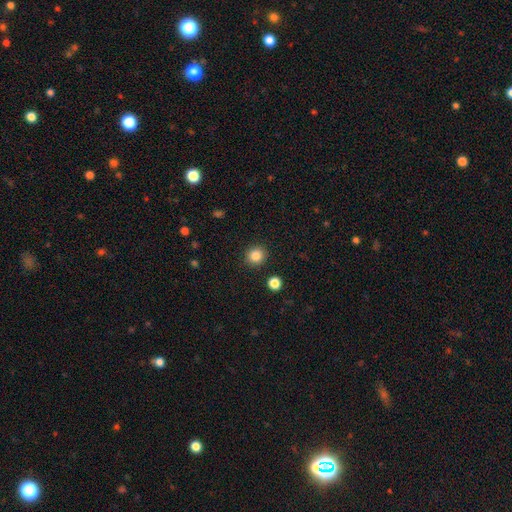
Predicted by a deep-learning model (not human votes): Q: Smooth or featured?
A: smooth (85%); runner-up: star or artifact (11%)
Q: How rounded?
A: round (88%); runner-up: in between (11%)
Q: Merging?
A: none (91%); runner-up: minor disturbance (6%)